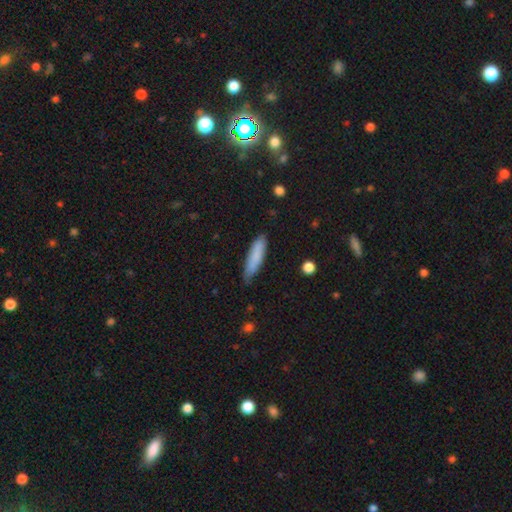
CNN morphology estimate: Smooth or featured: smooth — 83% (featured or disk — 11%)
How rounded: cigar-shaped — 76% (in between — 22%)
Merging: none — 74% (minor disturbance — 22%)